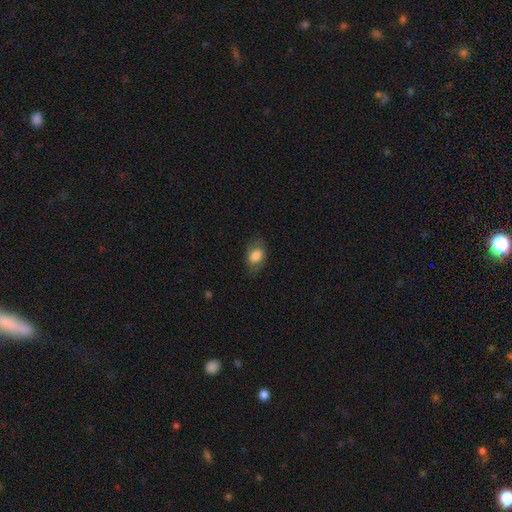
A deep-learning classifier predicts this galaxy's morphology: A smooth galaxy with no disk features (77%) that is in between round and cigar-shaped (81%).

Vote fractions:
- Smooth or featured? smooth: 77% / featured or disk: 16% / star or artifact: 7%
- How rounded? in between: 81% / round: 18% / cigar-shaped: 2%
- Merging? none: 74% / minor disturbance: 18% / major disturbance: 7% / merger: 1%